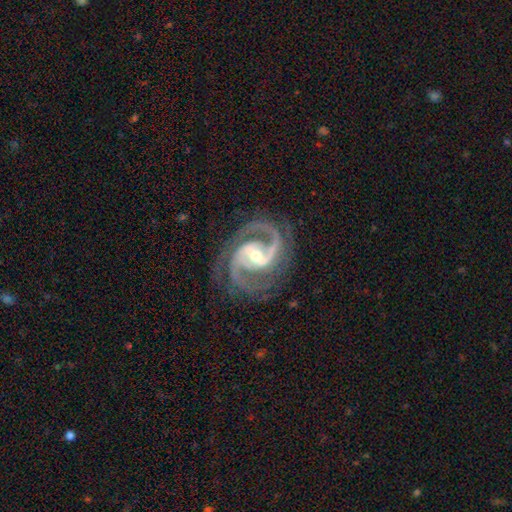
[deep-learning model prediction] A featured or disk galaxy (94%) with a strong bar (45%), 2 (77%) medium (61%) spiral arms (99%) and a moderate central bulge (56%). Merging: none (77%).